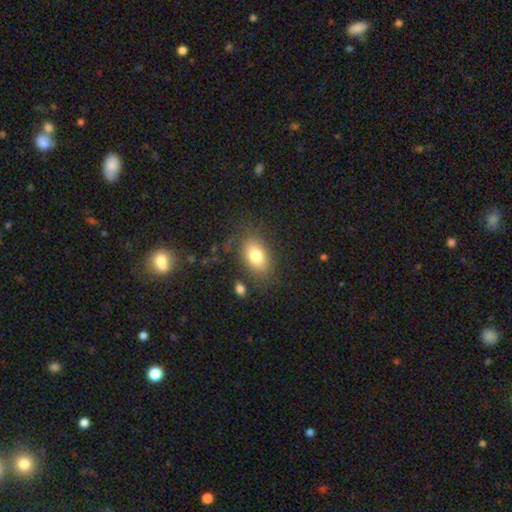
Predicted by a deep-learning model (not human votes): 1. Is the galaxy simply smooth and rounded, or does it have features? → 79% smooth, 13% featured or disk, 8% star or artifact.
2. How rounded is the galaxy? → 87% in between, 11% round, 2% cigar-shaped.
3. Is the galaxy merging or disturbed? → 78% none, 13% minor disturbance, 6% major disturbance, 3% merger.